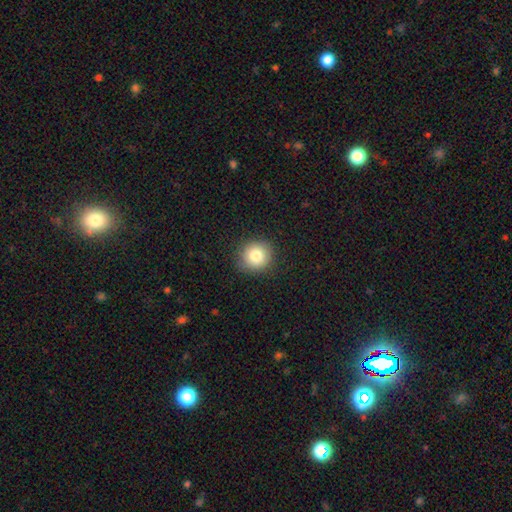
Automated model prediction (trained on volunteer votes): Smooth or featured: smooth — 82% (star or artifact — 10%)
How rounded: round — 88% (in between — 11%)
Merging: none — 90% (minor disturbance — 7%)